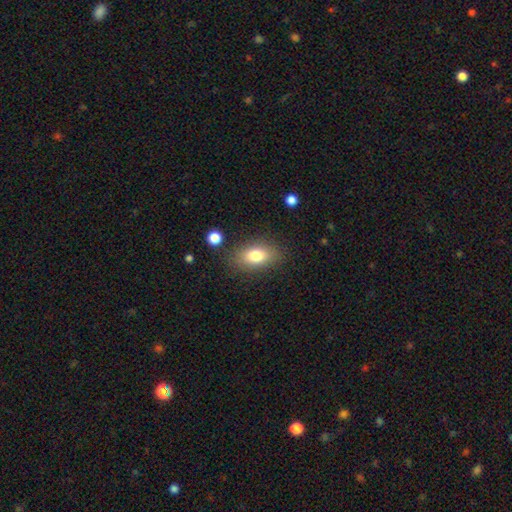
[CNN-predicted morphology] Smooth or featured?
  - smooth: 79% *
  - featured or disk: 12%
  - star or artifact: 9%
How rounded?
  - in between: 86% *
  - round: 11%
  - cigar-shaped: 3%
Merging?
  - none: 82% *
  - minor disturbance: 12%
  - major disturbance: 4%
  - merger: 2%